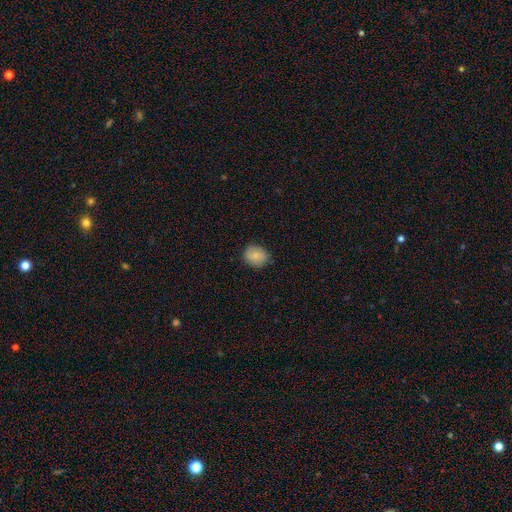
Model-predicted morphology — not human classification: Overall: smooth (86%). How rounded: round (62%; in between 37%). Merging: none (82%).